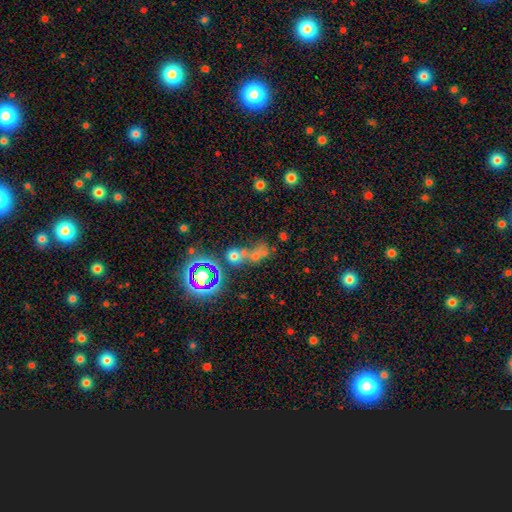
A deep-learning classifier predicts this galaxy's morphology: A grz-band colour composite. It shows a smooth galaxy with no disk features (51%) that is round (66%). Merging: merger (47%).